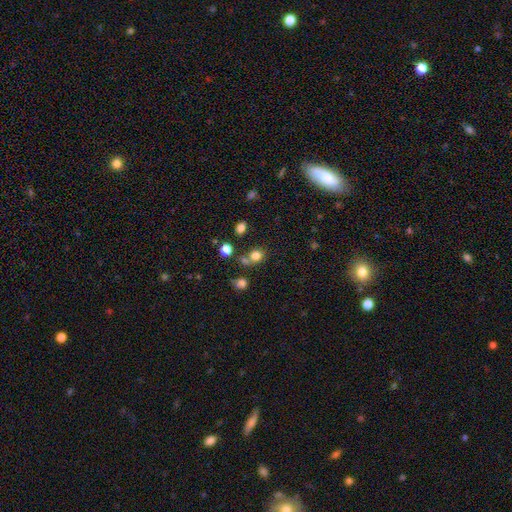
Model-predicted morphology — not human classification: smooth_or_featured: smooth (p=0.77) [alt: star or artifact p=0.15]
how_rounded: round (p=0.71) [alt: in between p=0.28]
merging: none (p=0.60) [alt: merger p=0.23]